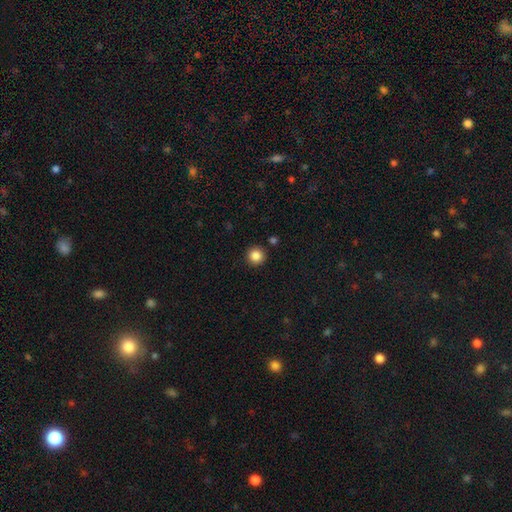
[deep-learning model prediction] smooth 86%, star or artifact 10%, featured or disk 4%. Down the decision tree: how rounded — round (95%); merging — none (92%).